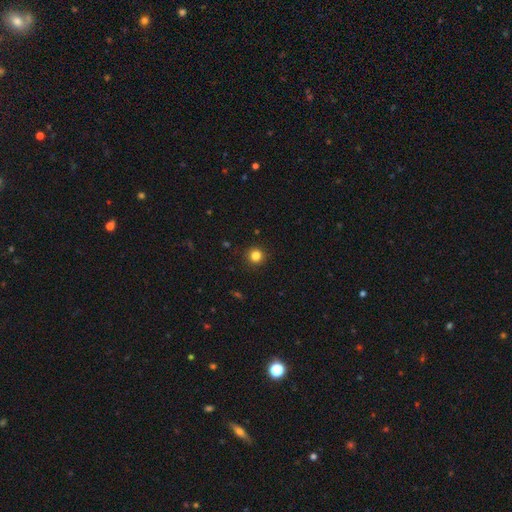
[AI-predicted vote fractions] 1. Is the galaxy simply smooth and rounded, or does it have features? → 83% smooth, 13% star or artifact, 4% featured or disk.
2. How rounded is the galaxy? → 94% round, 5% in between, 1% cigar-shaped.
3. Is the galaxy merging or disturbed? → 91% none, 6% minor disturbance, 2% major disturbance, 1% merger.